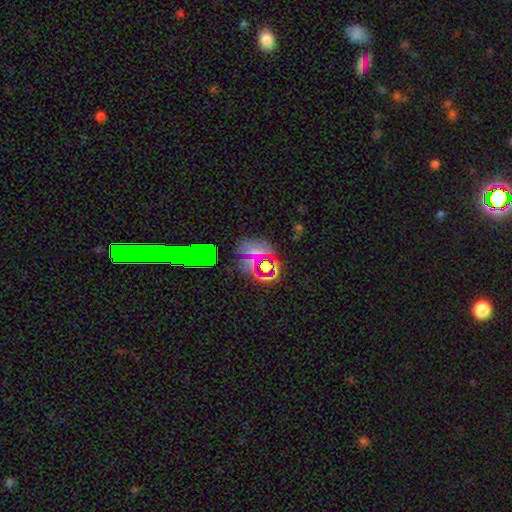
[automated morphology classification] A star or artifact, not a galaxy (50%).